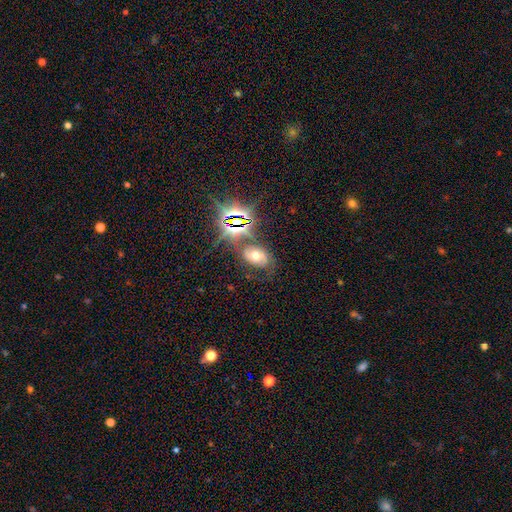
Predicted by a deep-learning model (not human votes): A smooth galaxy with no disk features (36%). Merging: none (66%).